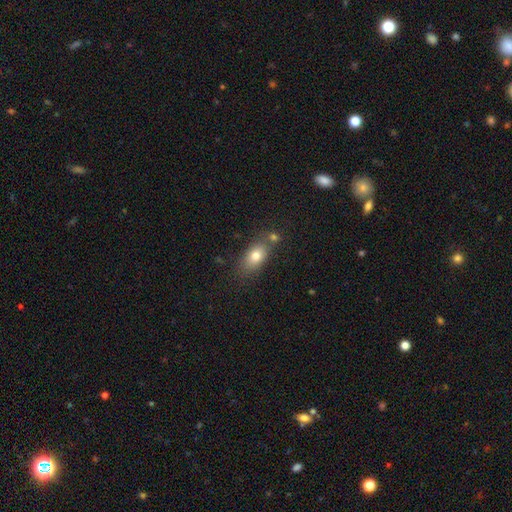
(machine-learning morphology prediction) Smooth or featured? Predicted: smooth (p=0.77). How rounded? Predicted: in between (p=0.83). Merging? Predicted: none (p=0.62).